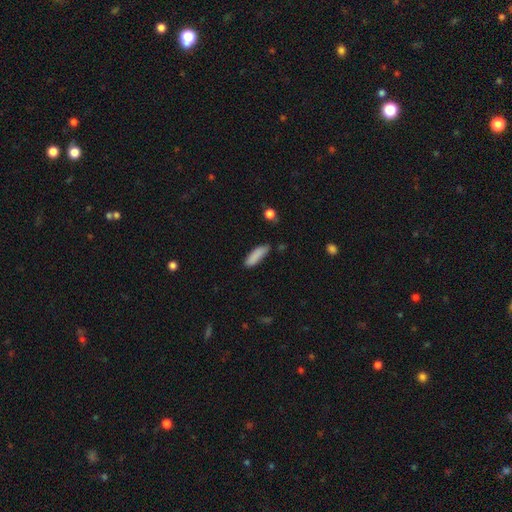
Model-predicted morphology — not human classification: Smooth or featured? Predicted: smooth (p=0.87). How rounded? Predicted: cigar-shaped (p=0.57). Merging? Predicted: none (p=0.77).